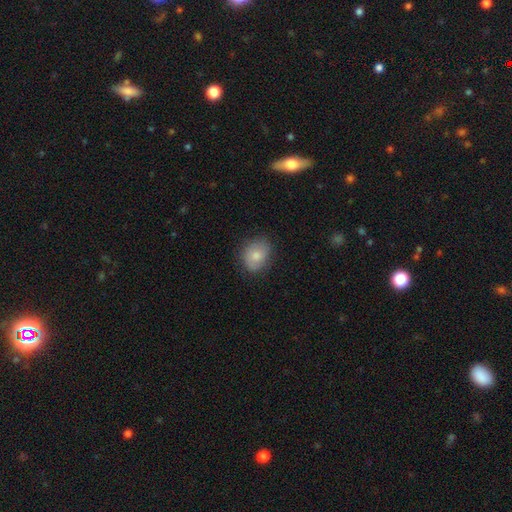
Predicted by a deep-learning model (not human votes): A smooth galaxy with no disk features (75%) that is round (51%).

Vote fractions:
- Smooth or featured? smooth: 75% / featured or disk: 18% / star or artifact: 7%
- How rounded? round: 51% / in between: 48% / cigar-shaped: 1%
- Merging? none: 75% / minor disturbance: 19% / major disturbance: 5% / merger: 1%